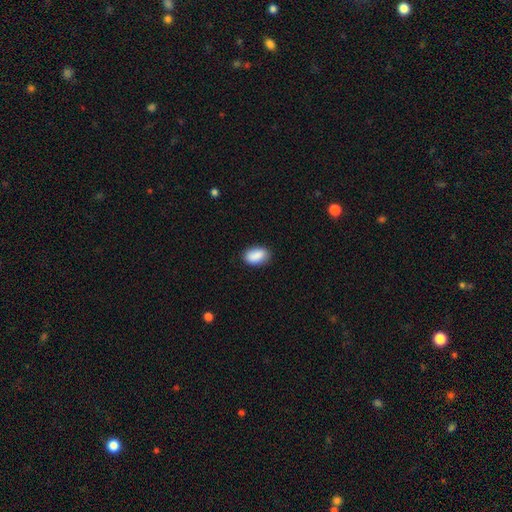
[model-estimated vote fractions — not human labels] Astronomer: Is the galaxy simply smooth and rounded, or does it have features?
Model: smooth — 89%.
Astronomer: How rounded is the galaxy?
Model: in between — 91%.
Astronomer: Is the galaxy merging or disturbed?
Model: none — 83%.